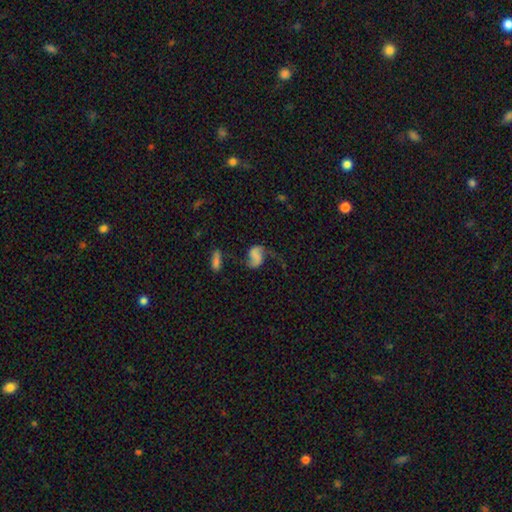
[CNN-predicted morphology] This is possibly a featured or disk galaxy (56%). It is clearly not viewed edge-on (97%). Bar: possibly no (47%). Spiral arm pattern: clearly yes (88%). Central bulge: likely none (67%). Merging: possibly none (50%).